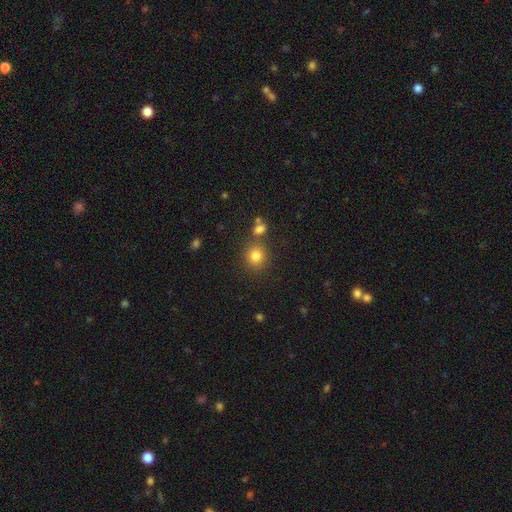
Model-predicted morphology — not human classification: type=smooth (81%); roundness=round (85%); merging=none (76%).